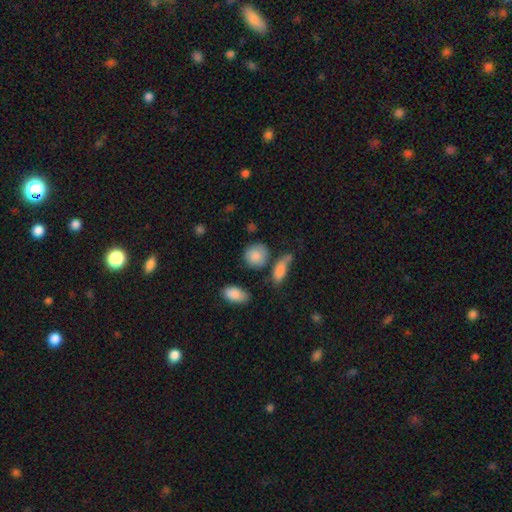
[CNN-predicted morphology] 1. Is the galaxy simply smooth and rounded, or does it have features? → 84% smooth, 9% featured or disk, 8% star or artifact.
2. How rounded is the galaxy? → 74% round, 24% in between, 3% cigar-shaped.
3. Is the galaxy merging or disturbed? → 60% none, 19% minor disturbance, 13% merger, 8% major disturbance.